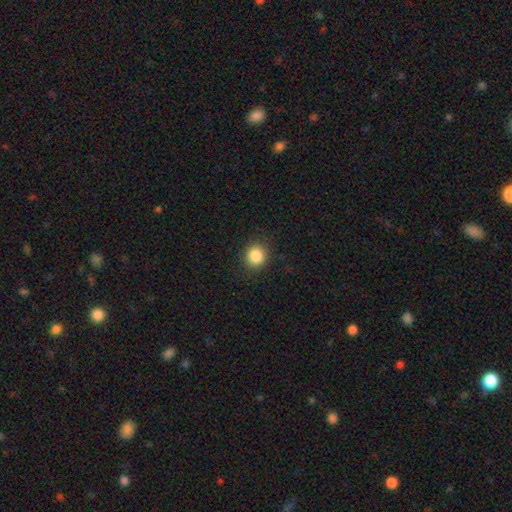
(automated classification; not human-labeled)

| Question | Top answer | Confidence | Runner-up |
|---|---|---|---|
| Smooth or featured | smooth | 85% | star or artifact (10%) |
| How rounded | round | 86% | in between (14%) |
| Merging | none | 89% | minor disturbance (7%) |